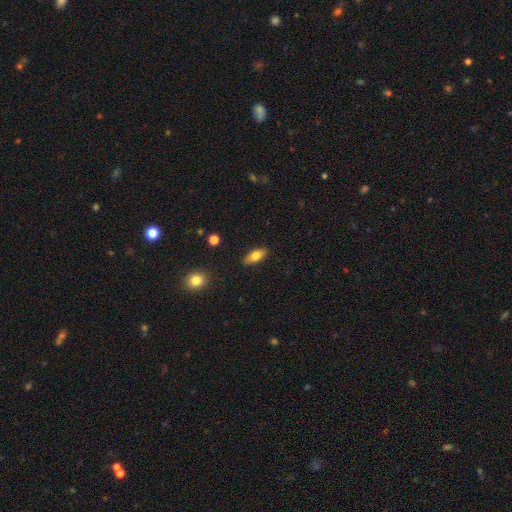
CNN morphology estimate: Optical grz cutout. It shows a smooth galaxy with no disk features (74%) that is in between round and cigar-shaped (78%). Merging: none (85%).